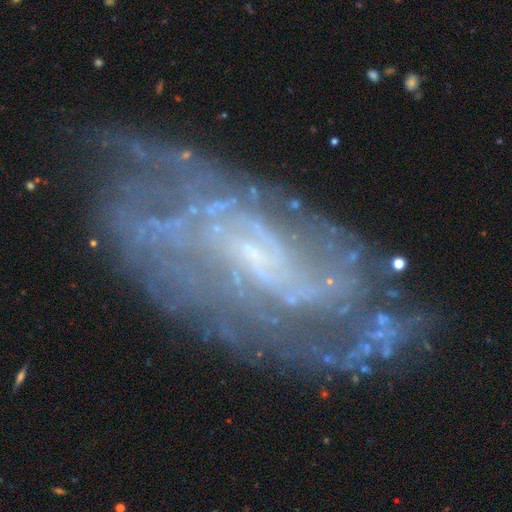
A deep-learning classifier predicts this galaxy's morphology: The model was most divided on "bar": weak: 47%, no: 40%, strong: 13%. Remaining: edge-on disk — no (94%); spiral arms — yes (90%); smooth or featured — featured or disk (84%); merging — none (65%); bulge size — small (57%); spiral winding — tight (45%); spiral arm count — can't tell (44%).